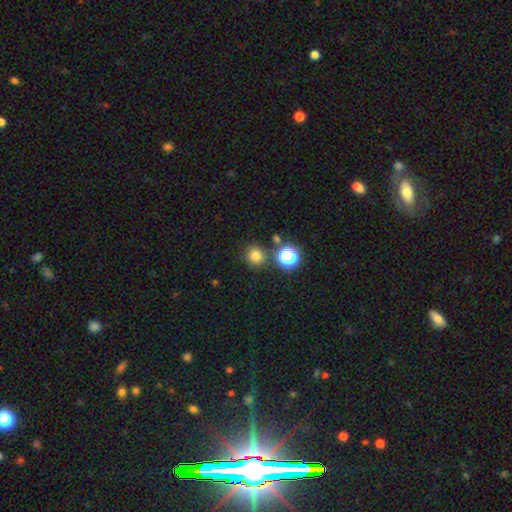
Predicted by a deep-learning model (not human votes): smooth 74%, star or artifact 20%, featured or disk 6%. Down the decision tree: how rounded — round (91%); merging — none (80%).